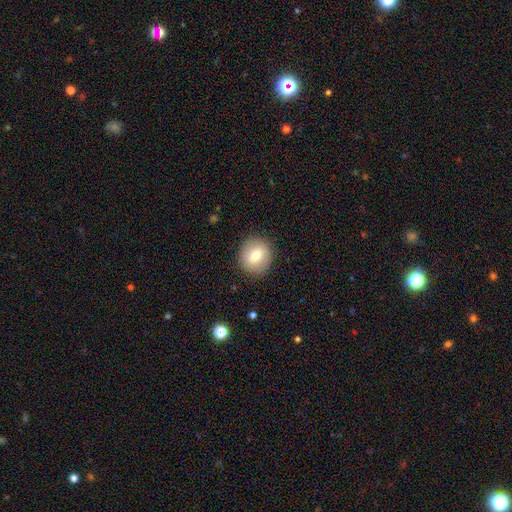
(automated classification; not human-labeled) Smooth or featured: smooth — 75% (featured or disk — 16%)
How rounded: round — 89% (in between — 10%)
Merging: none — 89% (minor disturbance — 7%)